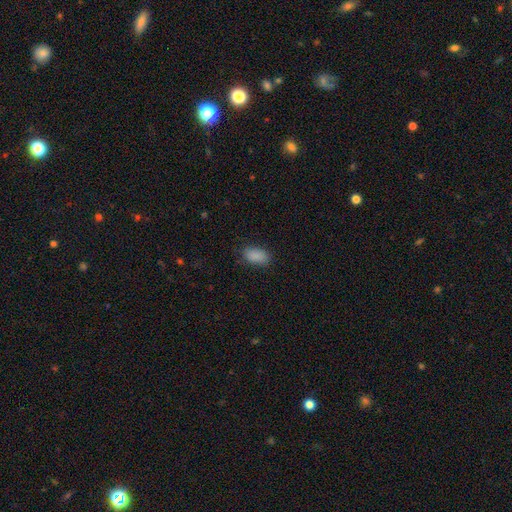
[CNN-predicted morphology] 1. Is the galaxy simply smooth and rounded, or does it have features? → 89% smooth, 8% star or artifact, 3% featured or disk.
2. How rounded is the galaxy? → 92% in between, 5% round, 2% cigar-shaped.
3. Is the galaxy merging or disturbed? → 82% none, 13% minor disturbance, 4% major disturbance, 1% merger.